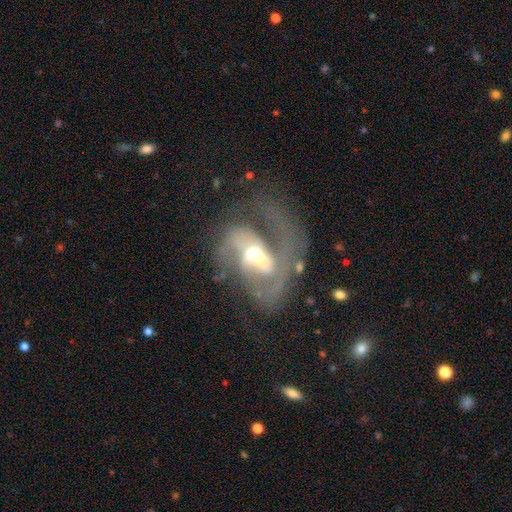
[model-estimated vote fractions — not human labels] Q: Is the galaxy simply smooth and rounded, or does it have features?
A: featured or disk — 83%.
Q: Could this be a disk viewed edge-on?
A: no — 96%.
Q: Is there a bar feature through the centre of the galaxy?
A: weak — 45%.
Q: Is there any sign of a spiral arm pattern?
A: yes — 89%.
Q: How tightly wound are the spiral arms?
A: medium — 48%.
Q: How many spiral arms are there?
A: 2 — 46%.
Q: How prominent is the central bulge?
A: moderate — 58%.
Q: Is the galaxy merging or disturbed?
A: none — 39%.